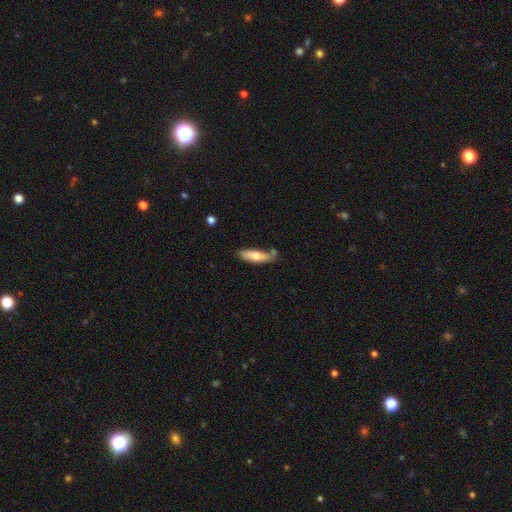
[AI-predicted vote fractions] Morphology: type=smooth (65%); roundness=cigar-shaped (53%); merging=none (65%).